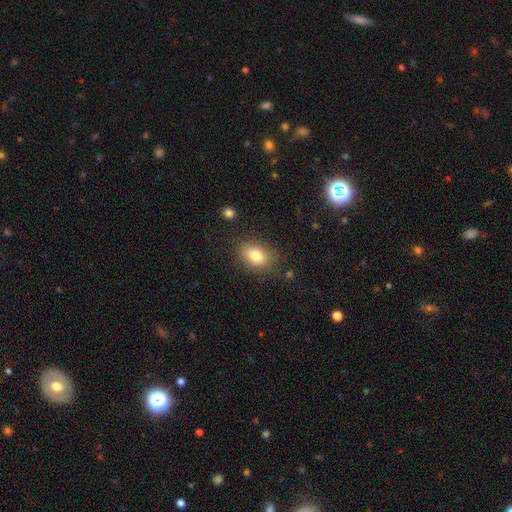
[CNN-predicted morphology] smooth 80%, featured or disk 10%, star or artifact 10%. Down the decision tree: how rounded — in between (80%); merging — none (81%).